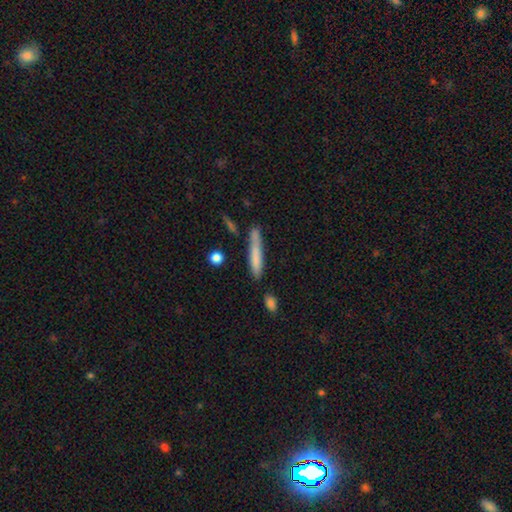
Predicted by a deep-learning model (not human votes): This appears to be a smooth galaxy with no disk features (72%) that is cigar-shaped (92%). Merging: none (66%).